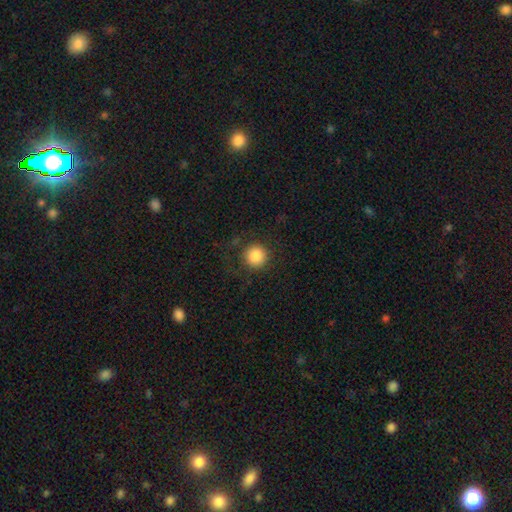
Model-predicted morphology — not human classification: A smooth galaxy with no disk features (85%) that is round (95%).

Vote fractions:
- Smooth or featured? smooth: 85% / star or artifact: 9% / featured or disk: 5%
- How rounded? round: 95% / in between: 4% / cigar-shaped: 1%
- Merging? none: 86% / minor disturbance: 9% / major disturbance: 5% / merger: 1%